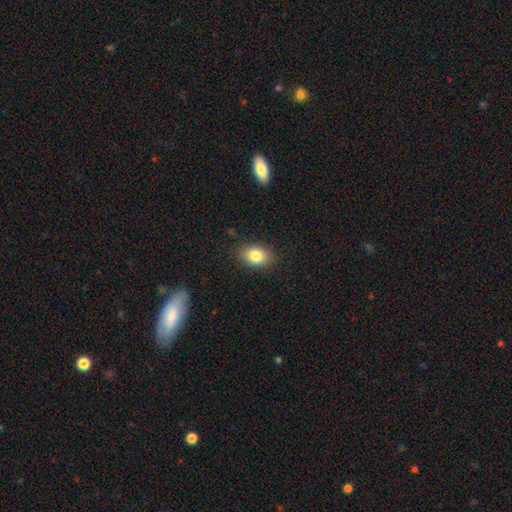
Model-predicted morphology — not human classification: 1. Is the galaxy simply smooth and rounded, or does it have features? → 84% smooth, 8% star or artifact, 8% featured or disk.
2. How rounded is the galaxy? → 80% in between, 19% round, 1% cigar-shaped.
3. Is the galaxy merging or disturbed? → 86% none, 10% minor disturbance, 3% major disturbance, 1% merger.